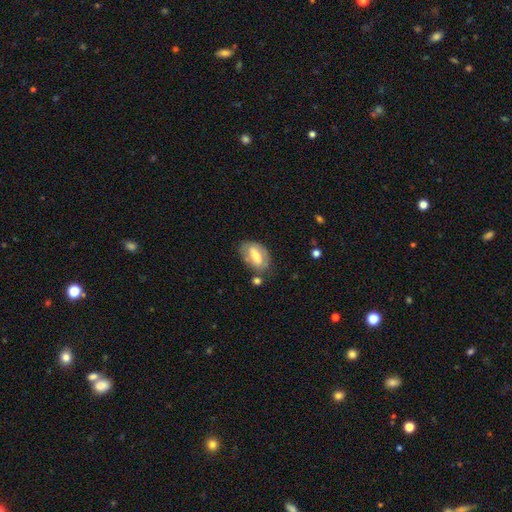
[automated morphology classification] Smooth or featured? Predicted: smooth (p=0.52). How rounded? Predicted: in between (p=0.88). Merging? Predicted: none (p=0.65).